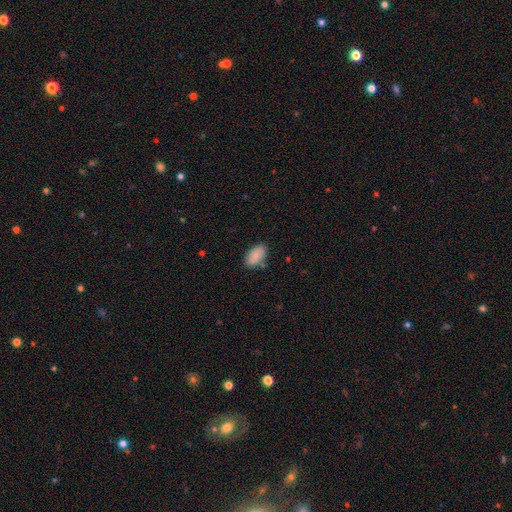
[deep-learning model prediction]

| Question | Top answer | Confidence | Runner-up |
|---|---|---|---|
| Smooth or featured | smooth | 85% | featured or disk (8%) |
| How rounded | in between | 94% | round (4%) |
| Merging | none | 79% | minor disturbance (15%) |